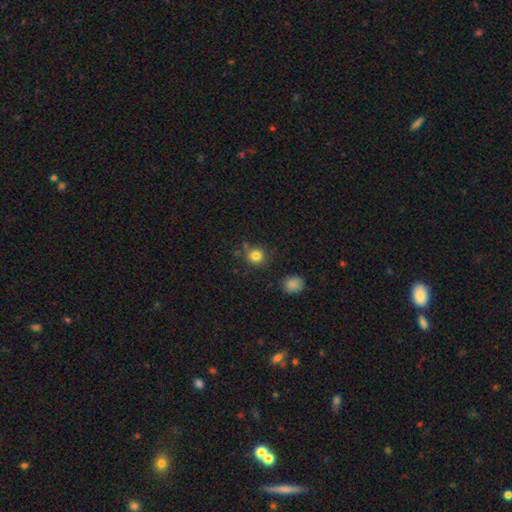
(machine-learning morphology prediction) This appears to be a smooth galaxy with no disk features (82%) that is round (89%). Merging: none (77%).